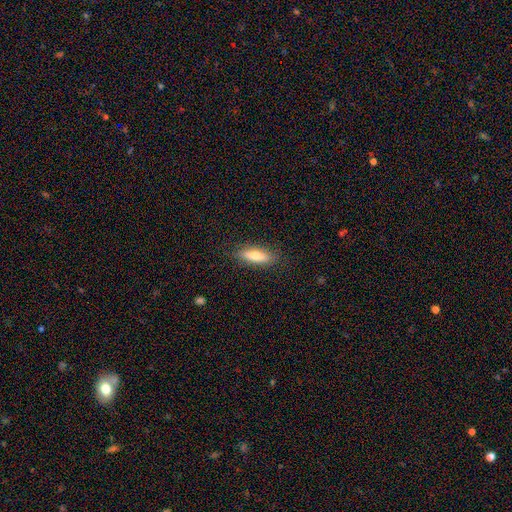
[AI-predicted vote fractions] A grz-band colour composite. It shows a smooth galaxy with no disk features (69%) that is cigar-shaped (52%). Merging: none (86%).